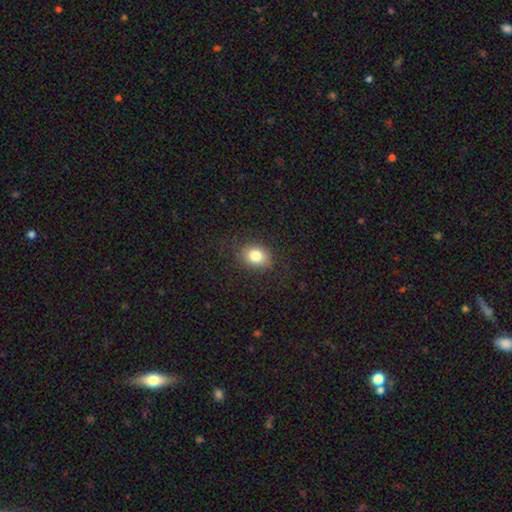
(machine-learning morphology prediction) Overall: smooth (82%). How rounded: in between (64%; round 35%). Merging: none (80%).